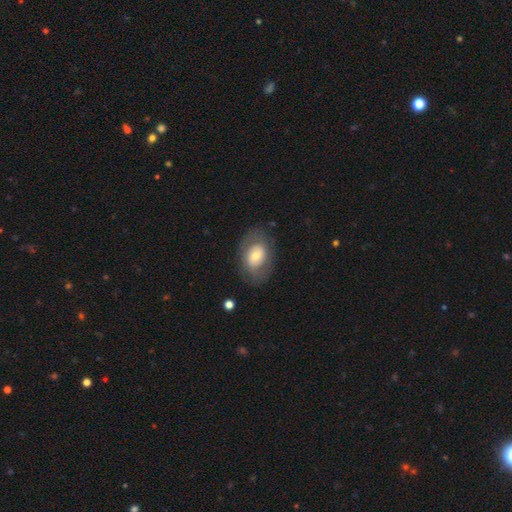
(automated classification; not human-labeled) Smooth or featured: smooth — 52% (featured or disk — 41%)
How rounded: in between — 77% (round — 22%)
Merging: none — 75% (minor disturbance — 15%)